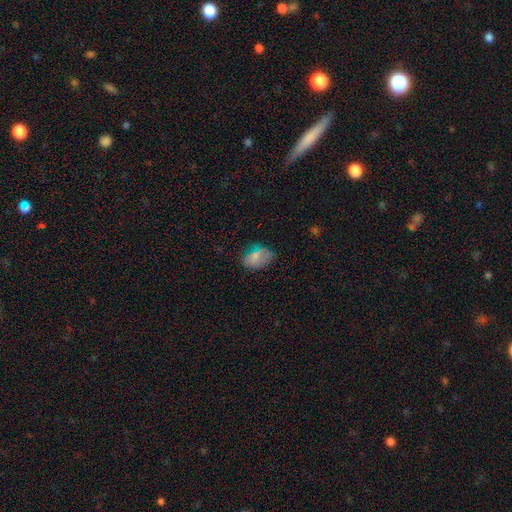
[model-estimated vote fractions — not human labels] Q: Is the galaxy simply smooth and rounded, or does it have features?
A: smooth — 71%.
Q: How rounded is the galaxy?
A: in between — 83%.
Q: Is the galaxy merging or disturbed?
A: none — 63%.